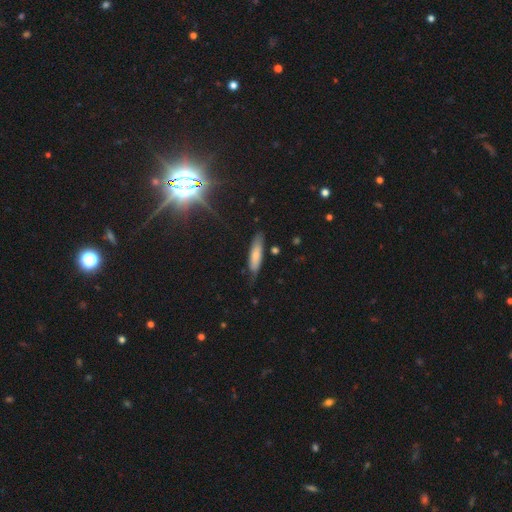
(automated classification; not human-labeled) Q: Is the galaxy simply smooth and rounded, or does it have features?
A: smooth — 69%.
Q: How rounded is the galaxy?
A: cigar-shaped — 66%.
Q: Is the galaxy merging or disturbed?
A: none — 69%.